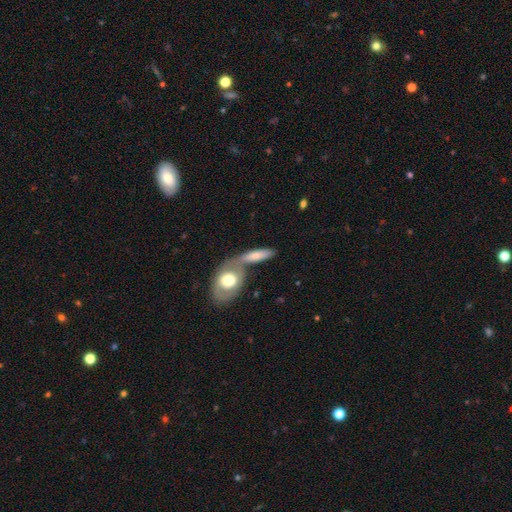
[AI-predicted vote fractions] Overall: smooth (62%; featured or disk 32%). How rounded: in between (66%; cigar-shaped 28%). Merging: merger (50%; none 34%).